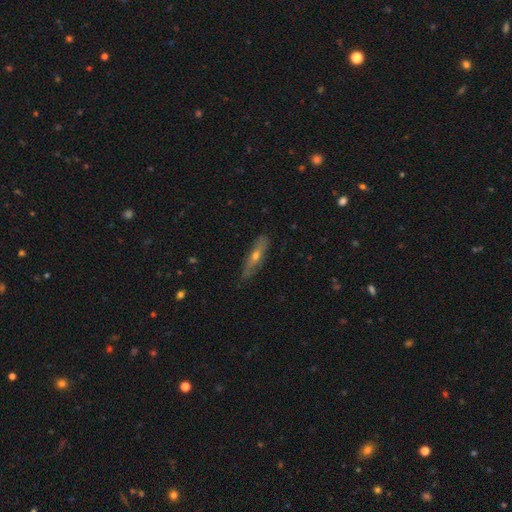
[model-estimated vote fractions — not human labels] Smooth or featured: featured or disk — 55% (smooth — 38%)
Edge-on disk: yes — 67% (no — 33%)
Merging: none — 77% (minor disturbance — 18%)